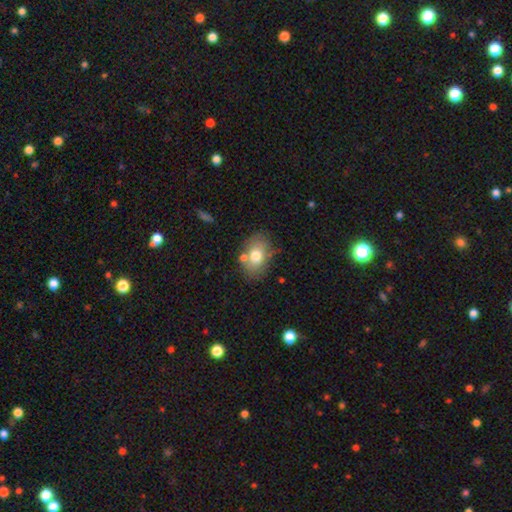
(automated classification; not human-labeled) A smooth galaxy with no disk features (73%) that is in between round and cigar-shaped (76%).

Vote fractions:
- Smooth or featured? smooth: 73% / featured or disk: 18% / star or artifact: 9%
- How rounded? in between: 76% / round: 23% / cigar-shaped: 1%
- Merging? none: 71% / minor disturbance: 15% / merger: 9% / major disturbance: 4%